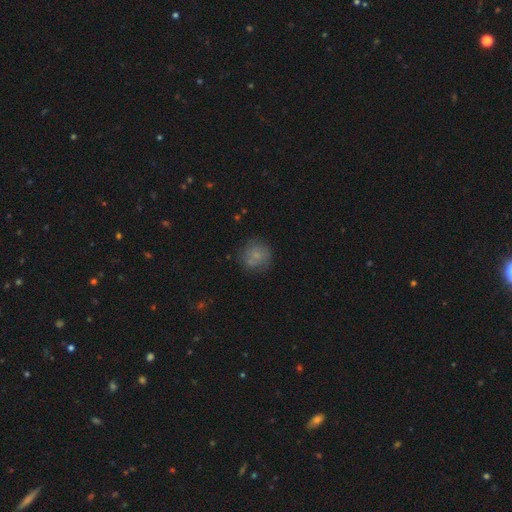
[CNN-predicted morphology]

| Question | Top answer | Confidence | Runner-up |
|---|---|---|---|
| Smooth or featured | smooth | 69% | featured or disk (21%) |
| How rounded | round | 89% | in between (10%) |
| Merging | none | 68% | minor disturbance (17%) |